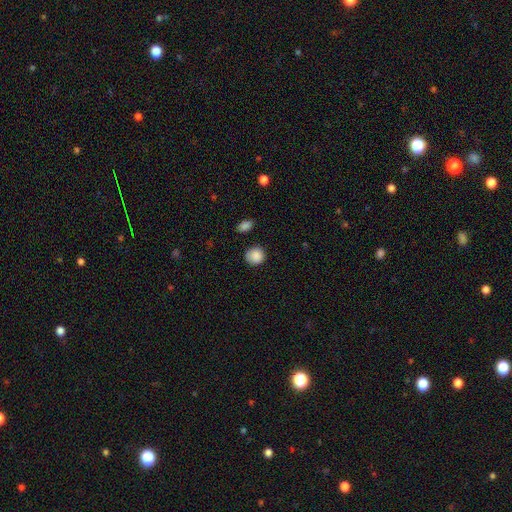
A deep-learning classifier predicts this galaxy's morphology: The model was most divided on "merging": none: 80%, minor disturbance: 14%, major disturbance: 3%, merger: 2%. More confident: smooth or featured — smooth (88%); how rounded — round (87%).